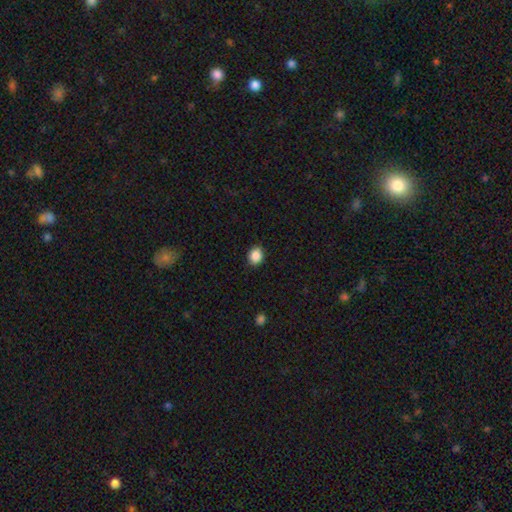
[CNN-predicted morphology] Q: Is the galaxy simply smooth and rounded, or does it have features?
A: smooth — 88%.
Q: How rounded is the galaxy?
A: round — 61%.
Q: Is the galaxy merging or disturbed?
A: none — 89%.